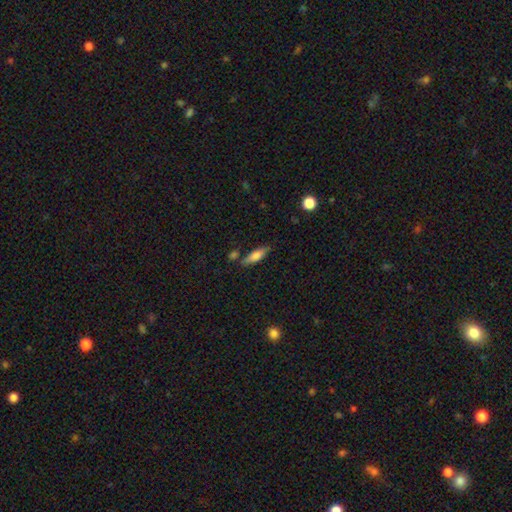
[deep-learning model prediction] Smooth or featured? Predicted: smooth (p=0.68). How rounded? Predicted: cigar-shaped (p=0.59). Merging? Predicted: none (p=0.73).